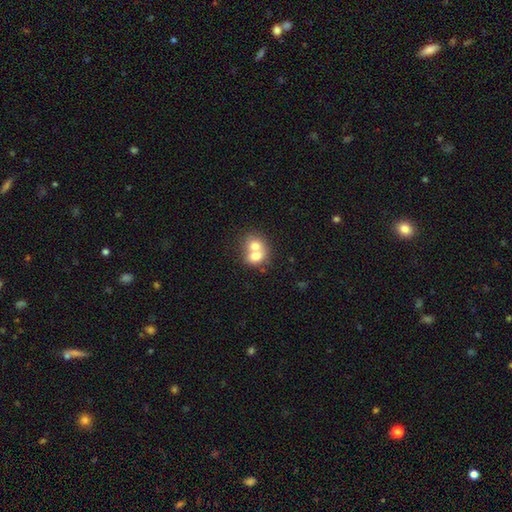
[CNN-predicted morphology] smooth-or-featured: smooth: 68% | featured or disk: 23% | star or artifact: 9%
  how-rounded: round: 59% | in between: 40% | cigar-shaped: 1%
  merging: merger: 73% | none: 19% | minor disturbance: 5% | major disturbance: 3%